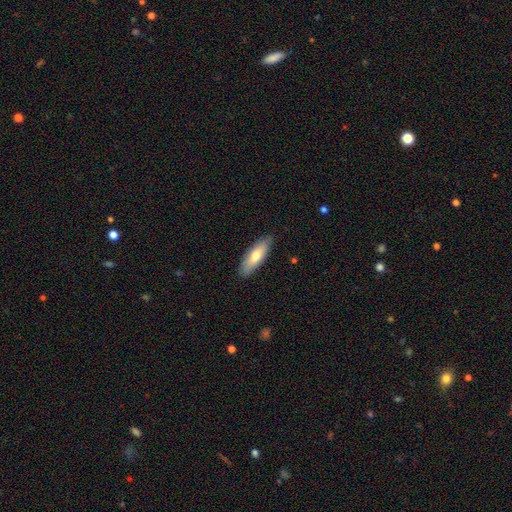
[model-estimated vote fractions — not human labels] Smooth or featured?
  - smooth: 71% *
  - featured or disk: 24%
  - star or artifact: 6%
How rounded?
  - in between: 58% *
  - cigar-shaped: 40%
  - round: 2%
Merging?
  - none: 87% *
  - minor disturbance: 10%
  - major disturbance: 2%
  - merger: 1%